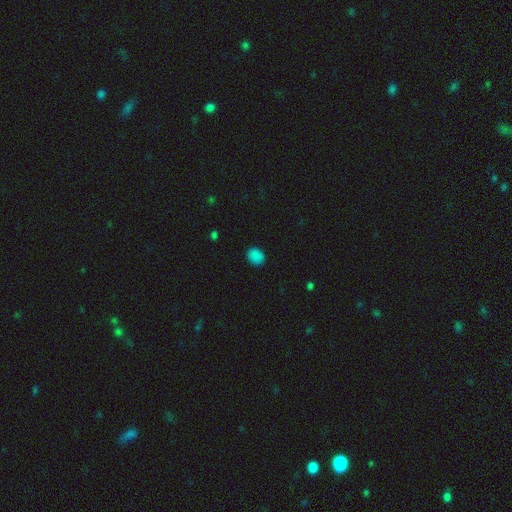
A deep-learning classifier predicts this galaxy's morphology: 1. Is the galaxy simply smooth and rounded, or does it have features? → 85% smooth, 13% star or artifact, 3% featured or disk.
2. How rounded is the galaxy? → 50% round, 48% in between, 1% cigar-shaped.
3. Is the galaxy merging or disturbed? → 88% none, 9% minor disturbance, 2% major disturbance, 1% merger.